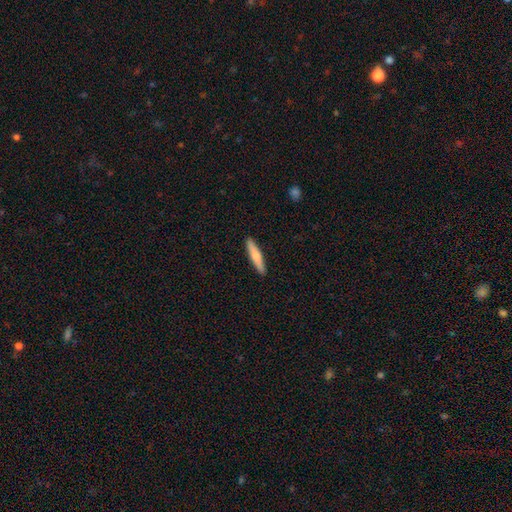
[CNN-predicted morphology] smooth_or_featured: smooth (p=0.67) [alt: featured or disk p=0.28]
how_rounded: cigar-shaped (p=0.89) [alt: in between p=0.10]
merging: none (p=0.91) [alt: minor disturbance p=0.06]